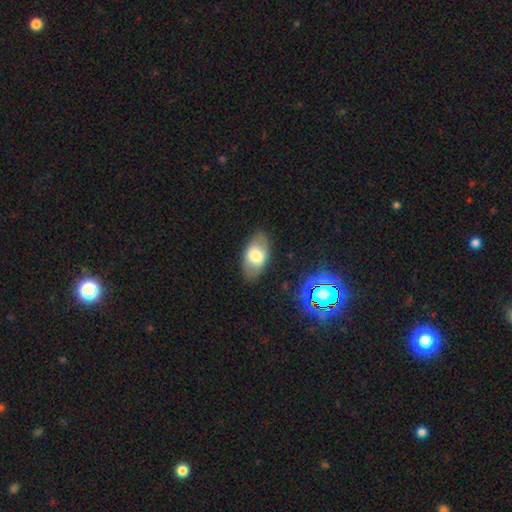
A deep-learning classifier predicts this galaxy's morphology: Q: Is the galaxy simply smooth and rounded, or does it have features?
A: smooth — 69%.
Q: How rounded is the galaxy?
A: in between — 92%.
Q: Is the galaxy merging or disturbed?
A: none — 83%.